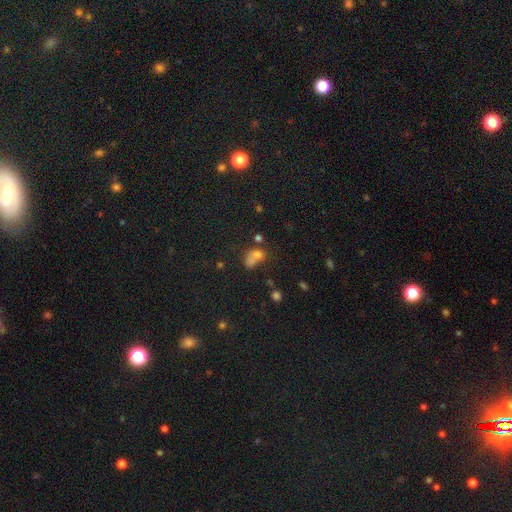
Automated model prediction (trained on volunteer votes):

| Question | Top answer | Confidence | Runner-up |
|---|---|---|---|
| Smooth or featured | smooth | 68% | star or artifact (17%) |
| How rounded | in between | 54% | round (44%) |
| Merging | merger | 54% | none (25%) |